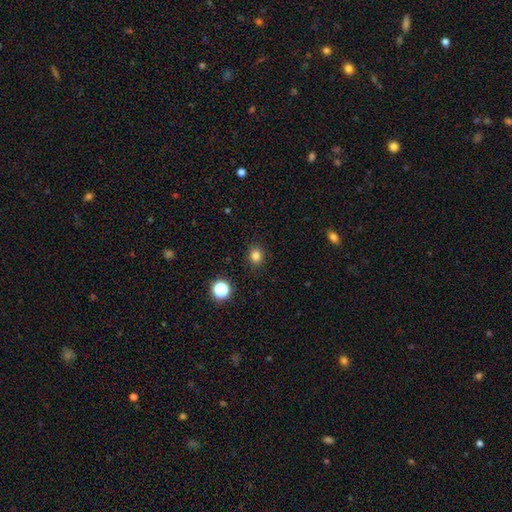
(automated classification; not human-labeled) Morphology: type=smooth (81%); roundness=round (71%); merging=none (89%).